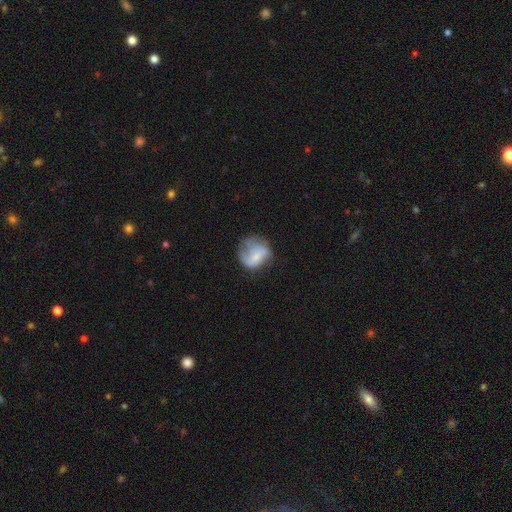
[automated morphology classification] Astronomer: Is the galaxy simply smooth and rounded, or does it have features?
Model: smooth — 49% (runner-up: featured or disk, 42%).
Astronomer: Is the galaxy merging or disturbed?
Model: none — 45% (runner-up: minor disturbance, 27%).